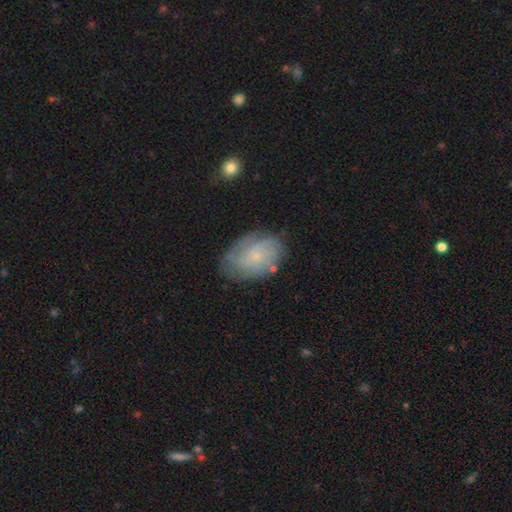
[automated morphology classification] Overall: featured or disk (59%; smooth 34%). Edge-on disk: no (97%). Bar: no (76%). Spiral arms: yes (84%). Bulge size: small (74%). Merging: none (71%).